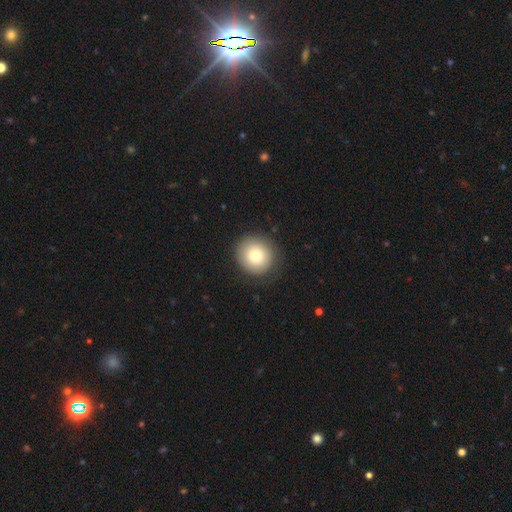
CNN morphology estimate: smooth 81%, featured or disk 11%, star or artifact 9%. Down the decision tree: how rounded — round (89%); merging — none (86%).